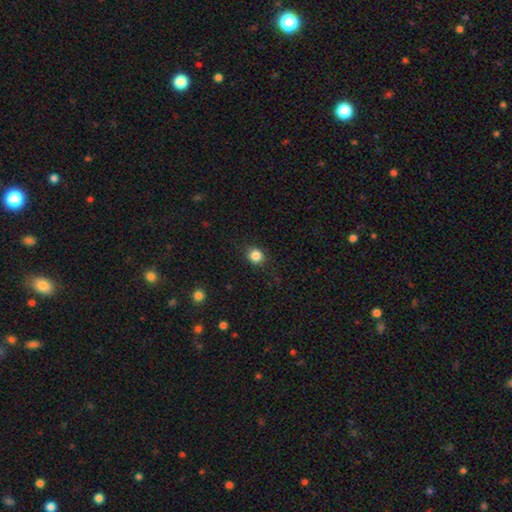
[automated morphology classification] The model was most divided on "how rounded": round: 84%, in between: 15%, cigar-shaped: 1%. More confident: merging — none (89%); smooth or featured — smooth (85%).